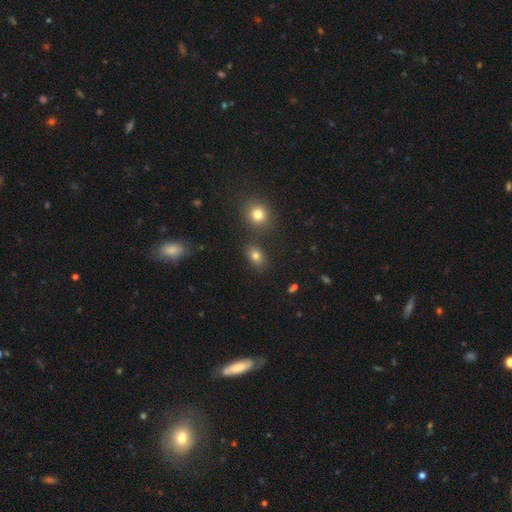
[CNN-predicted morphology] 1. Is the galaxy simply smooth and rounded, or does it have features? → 77% smooth, 14% star or artifact, 8% featured or disk.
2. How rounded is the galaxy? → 68% in between, 30% round, 2% cigar-shaped.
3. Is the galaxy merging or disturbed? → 76% none, 11% minor disturbance, 9% merger, 4% major disturbance.